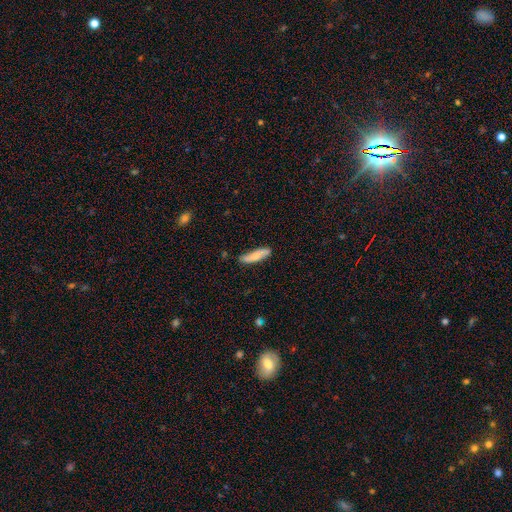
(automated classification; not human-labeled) smooth_or_featured: smooth (p=0.71) [alt: featured or disk p=0.24]
how_rounded: cigar-shaped (p=0.71) [alt: in between p=0.27]
merging: none (p=0.78) [alt: minor disturbance p=0.17]